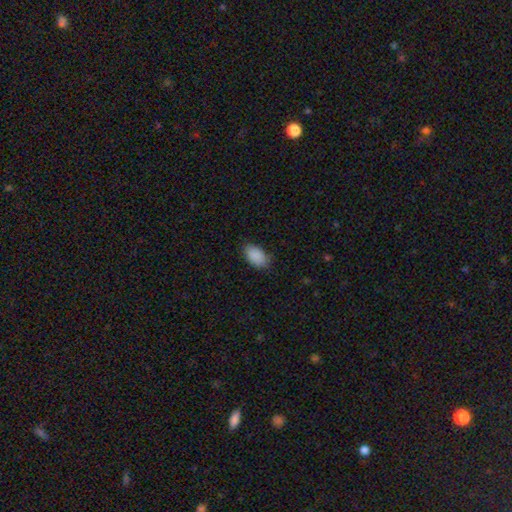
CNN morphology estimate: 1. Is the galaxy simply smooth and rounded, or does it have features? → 90% smooth, 7% star or artifact, 3% featured or disk.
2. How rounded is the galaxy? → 93% in between, 5% round, 2% cigar-shaped.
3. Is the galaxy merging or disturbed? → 80% none, 16% minor disturbance, 3% major disturbance, 1% merger.